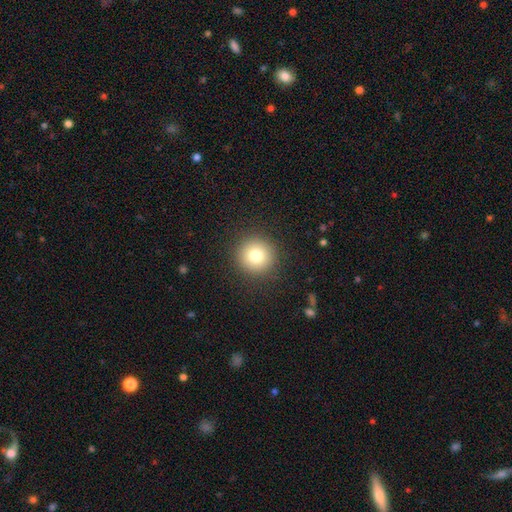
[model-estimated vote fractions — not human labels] smooth_or_featured: smooth (p=0.78) [alt: star or artifact p=0.12]
how_rounded: round (p=0.95) [alt: in between p=0.04]
merging: none (p=0.91) [alt: minor disturbance p=0.06]